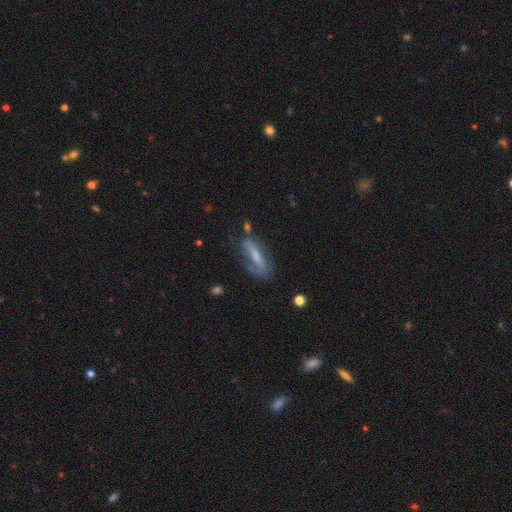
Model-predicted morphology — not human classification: type=featured or disk (56%); edge-on=no (57%); merging=none (56%).